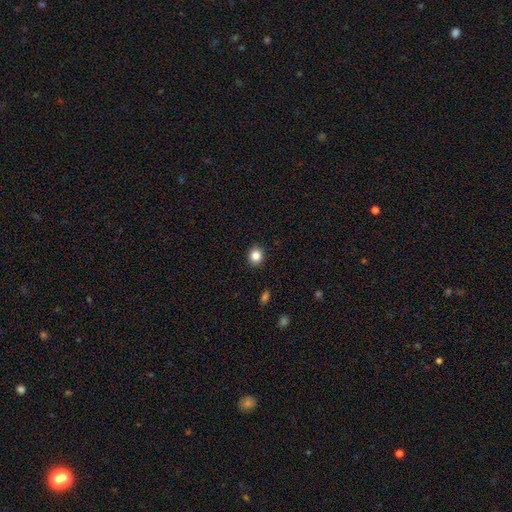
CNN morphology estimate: This is clearly a smooth galaxy (85%). How rounded: clearly round (81%). Merging: clearly none (91%).